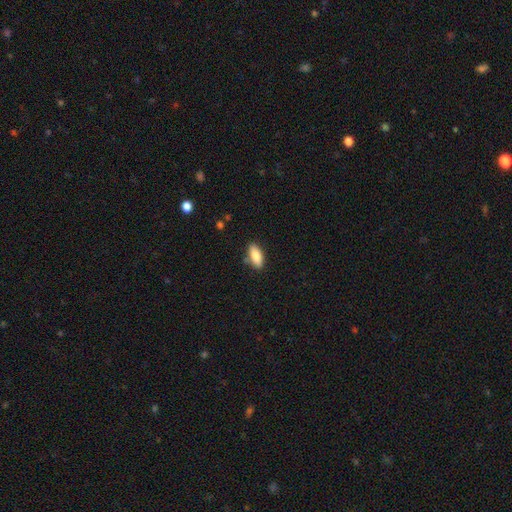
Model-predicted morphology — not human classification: A smooth galaxy with no disk features (84%) that is in between round and cigar-shaped (81%). Merging: none (81%).